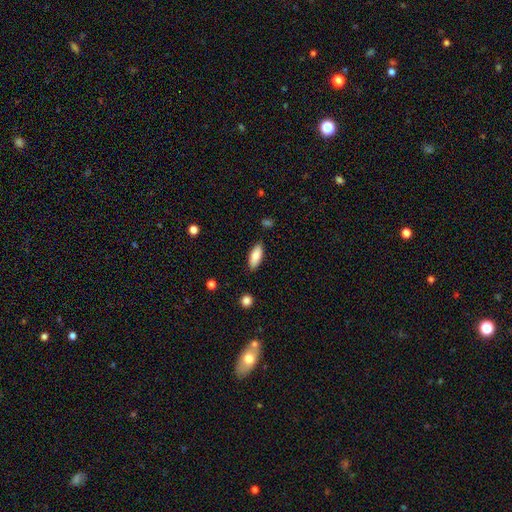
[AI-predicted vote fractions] Smooth or featured: smooth — 84% (featured or disk — 9%)
How rounded: in between — 77% (cigar-shaped — 21%)
Merging: none — 86% (minor disturbance — 10%)